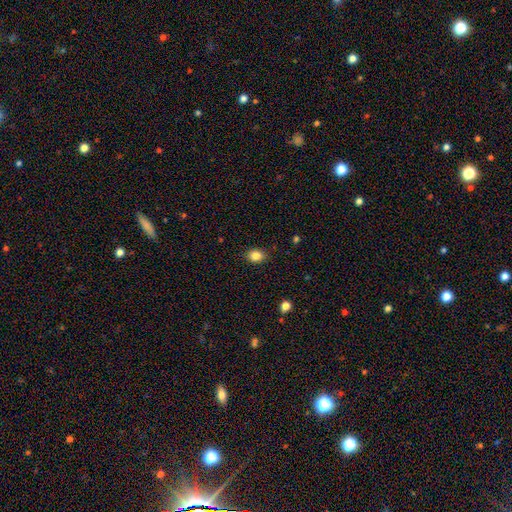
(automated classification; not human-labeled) Morphology: type=smooth (85%); roundness=in between (58%); merging=none (87%).